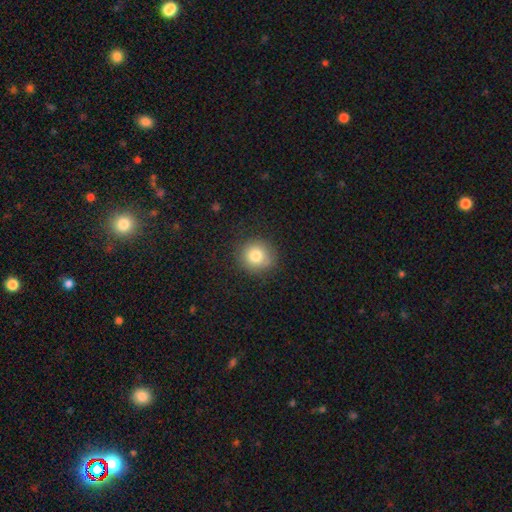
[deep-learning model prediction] Smooth or featured: smooth — 80% (star or artifact — 11%)
How rounded: round — 89% (in between — 10%)
Merging: none — 85% (minor disturbance — 10%)